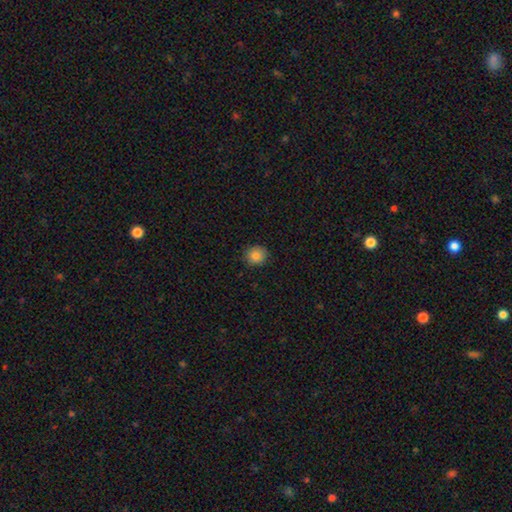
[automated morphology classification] smooth_or_featured: smooth (p=0.83) [alt: star or artifact p=0.11]
how_rounded: round (p=0.87) [alt: in between p=0.12]
merging: none (p=0.89) [alt: minor disturbance p=0.08]